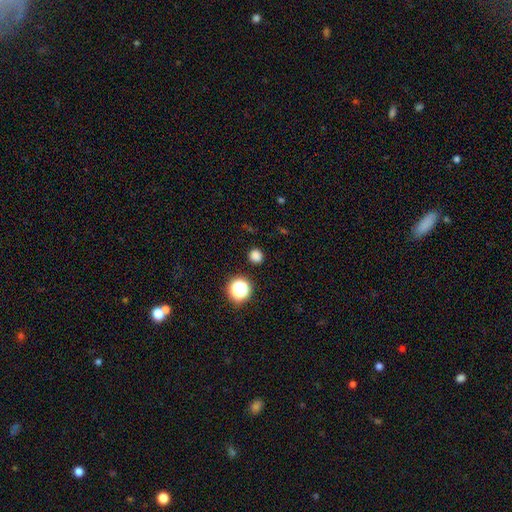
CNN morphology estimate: Smooth or featured? smooth (78%)
How rounded? round (90%)
Merging? none (90%)